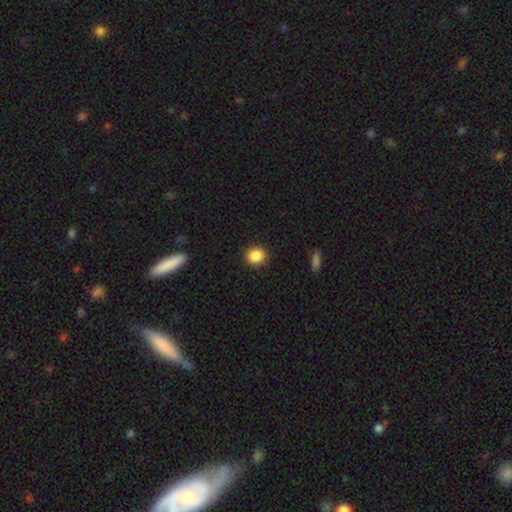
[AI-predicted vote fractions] Overall: smooth (87%). How rounded: round (77%). Merging: none (90%).